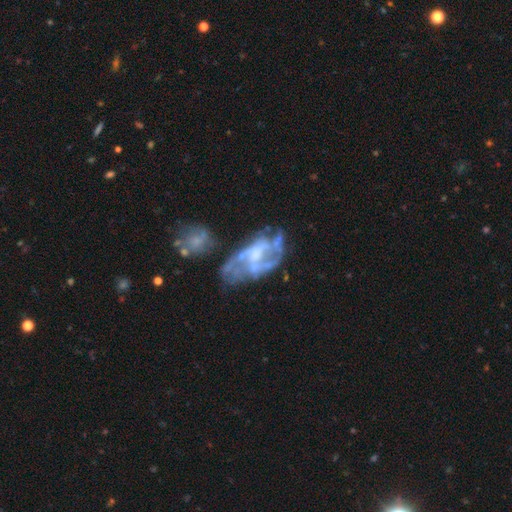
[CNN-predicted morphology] Smooth or featured? featured or disk (76%)
Edge-on disk? no (96%)
Bar? no (53%)
Spiral arms? yes (59%)
Bulge size? small (33%)
Merging? none (39%)